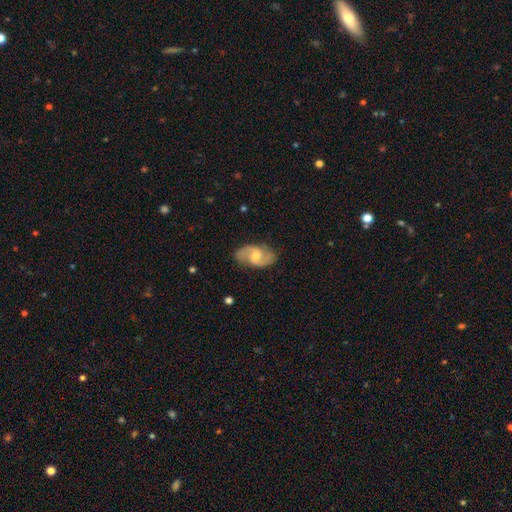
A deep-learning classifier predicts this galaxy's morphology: A featured or disk galaxy (78%) with a weak bar (55%), 2 (91%) medium (46%) spiral arms (94%) and a moderate central bulge (57%).

Vote fractions:
- Smooth or featured? featured or disk: 78% / smooth: 16% / star or artifact: 5%
- Edge-on disk? no: 97% / yes: 3%
- Bar? weak: 55% / no: 33% / strong: 12%
- Spiral arms? yes: 94% / no: 6%
- Spiral winding? medium: 46% / loose: 40% / tight: 14%
- Spiral arm count? 2: 91% / can't tell: 4% / 1: 2% / 3: 1% / 4: 1% / more than 4: 1%
- Bulge size? moderate: 57% / small: 35% / large: 4% / none: 3% / dominant: 1%
- Merging? none: 81% / minor disturbance: 14% / major disturbance: 4% / merger: 1%